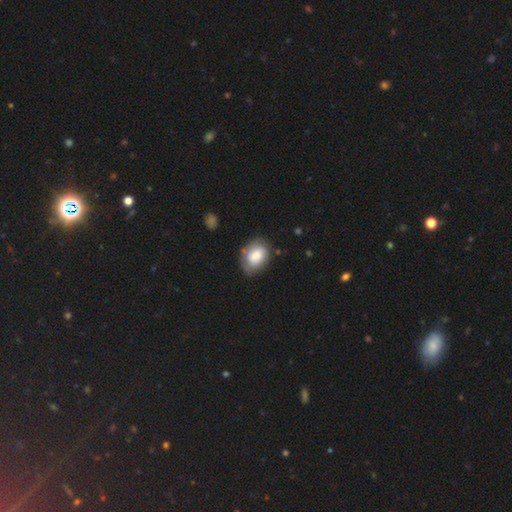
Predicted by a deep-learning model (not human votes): smooth 77%, featured or disk 16%, star or artifact 7%. Down the decision tree: how rounded — in between (78%); merging — none (56%).